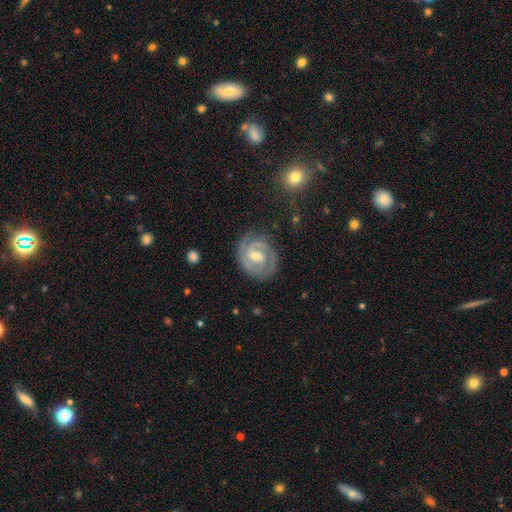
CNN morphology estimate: Smooth or featured? featured or disk (88%)
Edge-on disk? no (98%)
Bar? weak (50%)
Spiral arms? yes (97%)
Spiral winding? tight (67%)
Spiral arm count? 2 (75%)
Bulge size? small (49%)
Merging? none (78%)